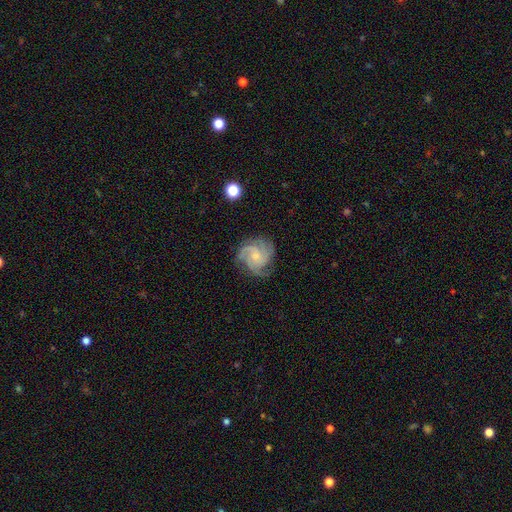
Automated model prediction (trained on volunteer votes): Smooth or featured? featured or disk (87%)
Edge-on disk? no (98%)
Bar? no (72%)
Spiral arms? yes (98%)
Spiral winding? tight (52%)
Spiral arm count? 3 (52%)
Bulge size? small (59%)
Merging? none (75%)